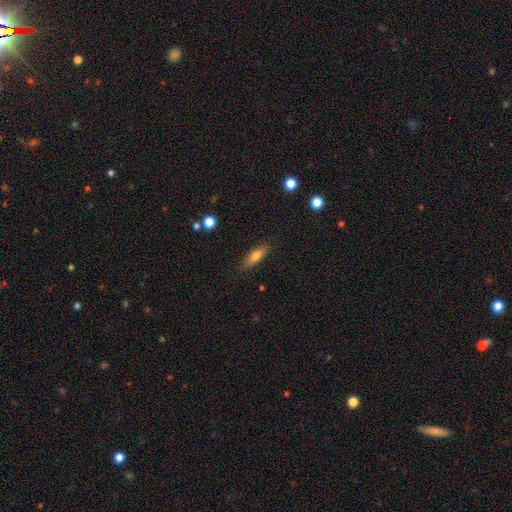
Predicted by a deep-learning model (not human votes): Smooth or featured? Predicted: smooth (p=0.70). How rounded? Predicted: cigar-shaped (p=0.54). Merging? Predicted: none (p=0.85).